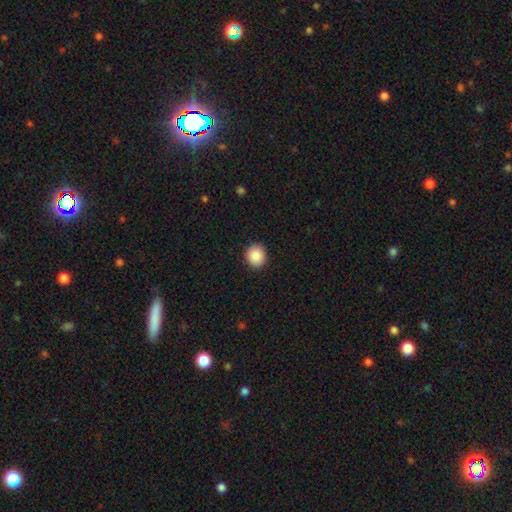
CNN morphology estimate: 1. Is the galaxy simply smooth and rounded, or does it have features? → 89% smooth, 8% star or artifact, 3% featured or disk.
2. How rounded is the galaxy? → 78% round, 21% in between, 1% cigar-shaped.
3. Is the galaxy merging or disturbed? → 90% none, 7% minor disturbance, 2% major disturbance, 1% merger.